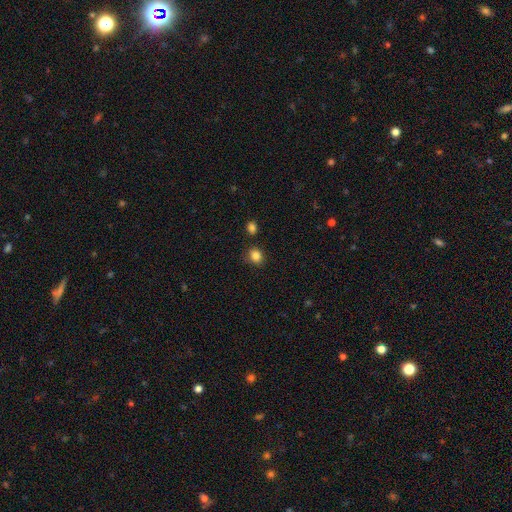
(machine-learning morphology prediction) type=smooth (85%); roundness=round (69%); merging=none (82%).